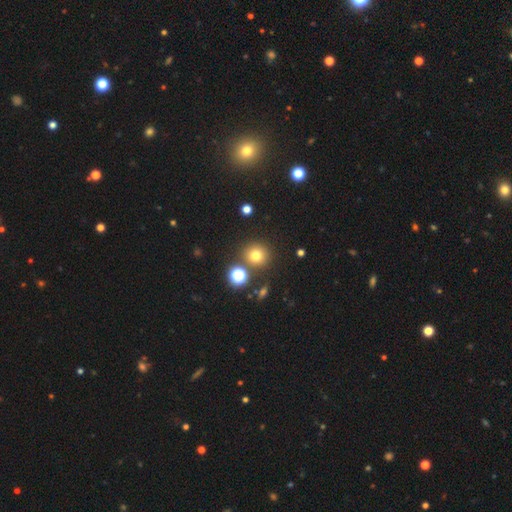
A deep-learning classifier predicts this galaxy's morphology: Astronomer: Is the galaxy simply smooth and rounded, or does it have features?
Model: smooth — 73%.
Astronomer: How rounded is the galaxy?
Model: round — 91%.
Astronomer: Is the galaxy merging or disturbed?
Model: none — 81%.